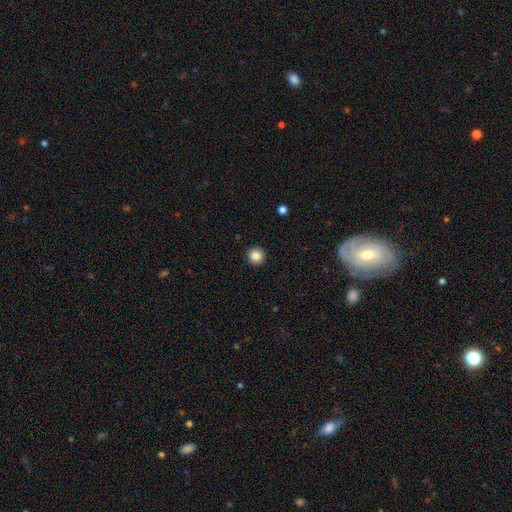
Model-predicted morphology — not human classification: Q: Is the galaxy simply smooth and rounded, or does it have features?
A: smooth — 86%.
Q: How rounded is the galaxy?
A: round — 95%.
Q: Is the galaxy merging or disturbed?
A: none — 93%.